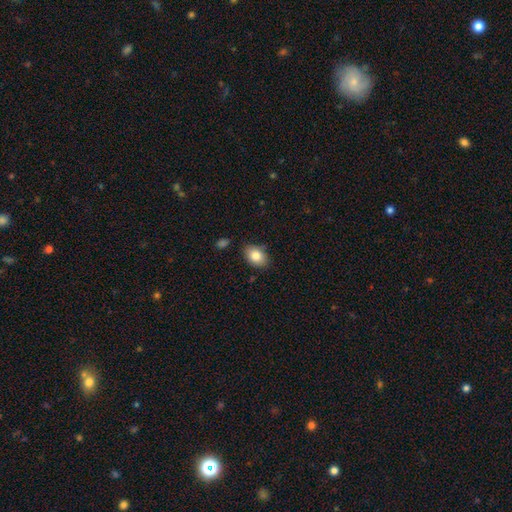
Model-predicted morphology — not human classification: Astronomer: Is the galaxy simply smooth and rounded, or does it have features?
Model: smooth — 83%.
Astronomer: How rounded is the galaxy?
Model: in between — 79%.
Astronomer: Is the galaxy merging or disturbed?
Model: none — 82%.